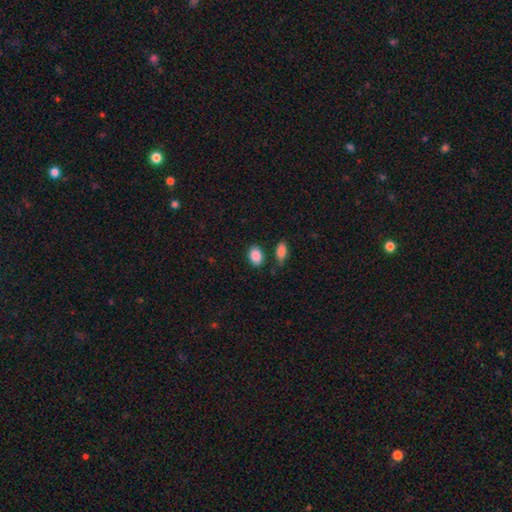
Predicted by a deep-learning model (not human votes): Smooth or featured? Predicted: smooth (p=0.89). How rounded? Predicted: in between (p=0.80). Merging? Predicted: none (p=0.78).